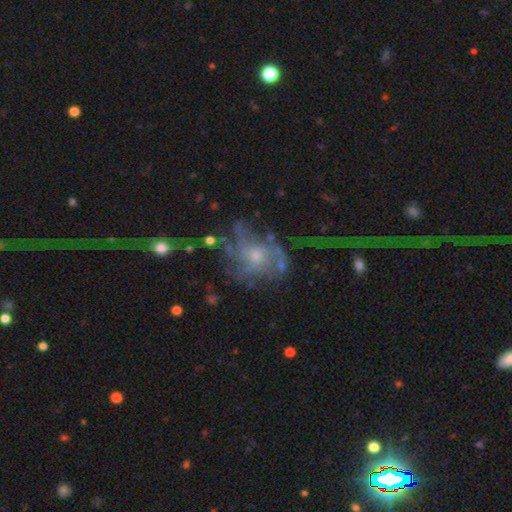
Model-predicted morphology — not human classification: smooth_or_featured: featured or disk (p=0.70) [alt: smooth p=0.17]
disk_edge_on: no (p=0.96) [alt: yes p=0.04]
bar: no (p=0.81) [alt: weak p=0.16]
has_spiral_arms: yes (p=0.67) [alt: no p=0.33]
bulge_size: small (p=0.46) [alt: moderate p=0.45]
merging: none (p=0.40) [alt: major disturbance p=0.39]